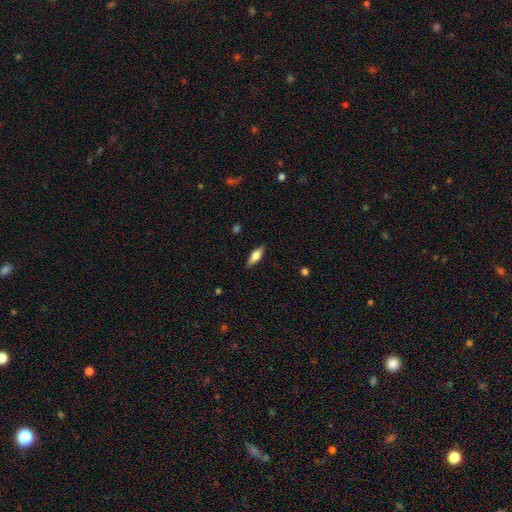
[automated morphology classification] Smooth or featured? smooth (62%)
How rounded? in between (62%)
Merging? none (87%)